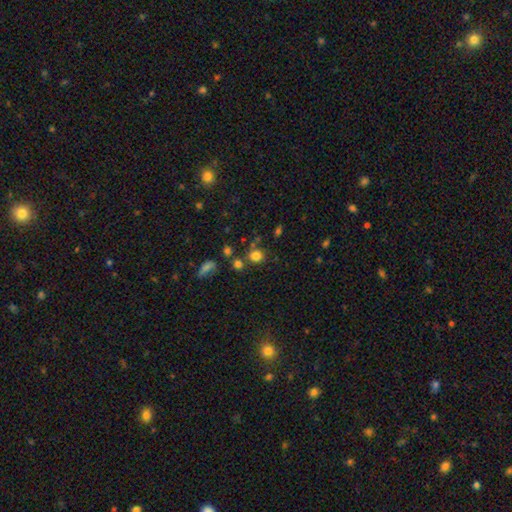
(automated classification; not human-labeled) Morphology: type=smooth (79%); roundness=round (81%); merging=none (69%).